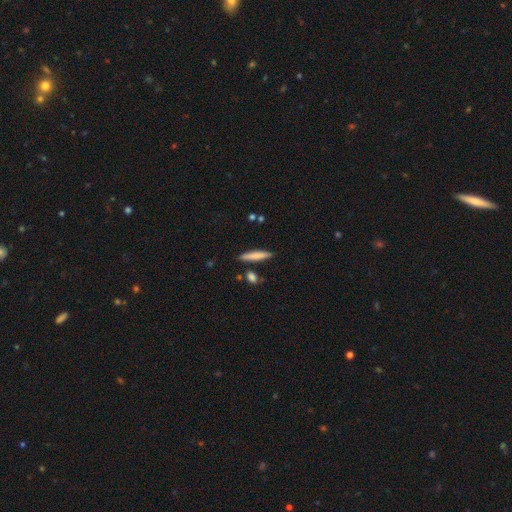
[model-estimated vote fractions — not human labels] A smooth galaxy with no disk features (77%) that is cigar-shaped (91%).

Vote fractions:
- Smooth or featured? smooth: 77% / featured or disk: 17% / star or artifact: 6%
- How rounded? cigar-shaped: 91% / in between: 8% / round: 2%
- Merging? none: 84% / minor disturbance: 10% / merger: 4% / major disturbance: 2%